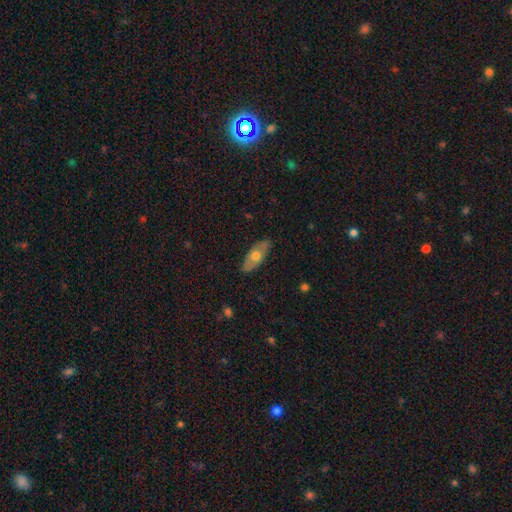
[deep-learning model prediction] A smooth galaxy with no disk features (53%) that is in between round and cigar-shaped (80%). Merging: none (83%).